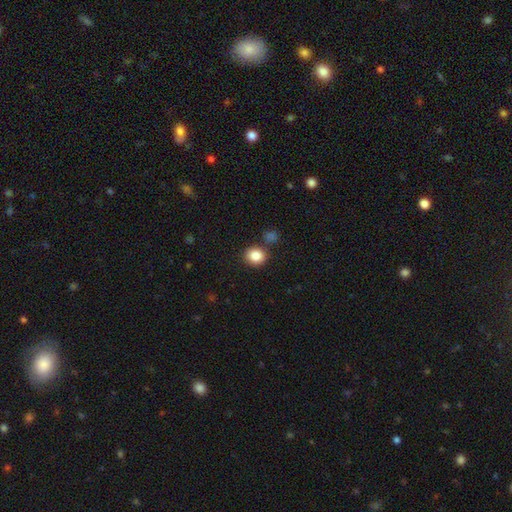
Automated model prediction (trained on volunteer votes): smooth_or_featured: smooth (p=0.86) [alt: star or artifact p=0.09]
how_rounded: round (p=0.72) [alt: in between p=0.27]
merging: none (p=0.80) [alt: minor disturbance p=0.10]